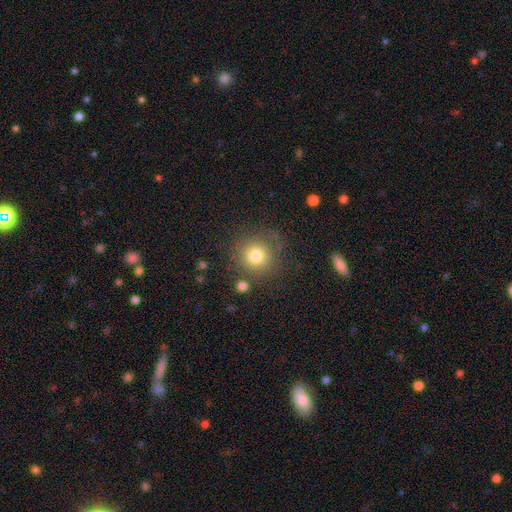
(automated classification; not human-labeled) Smooth or featured? Predicted: smooth (p=0.78). How rounded? Predicted: round (p=0.93). Merging? Predicted: none (p=0.81).